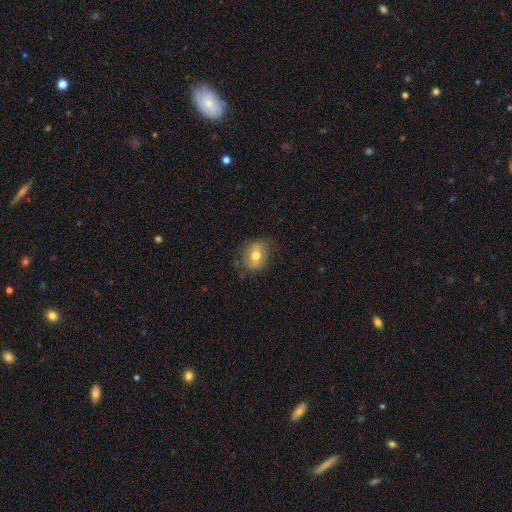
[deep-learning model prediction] Smooth or featured? Predicted: smooth (p=0.66). How rounded? Predicted: in between (p=0.60). Merging? Predicted: none (p=0.75).